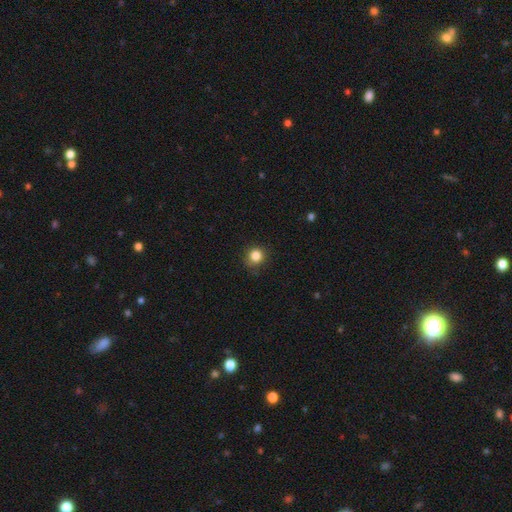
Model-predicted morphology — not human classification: Smooth or featured? smooth (84%)
How rounded? round (89%)
Merging? none (84%)